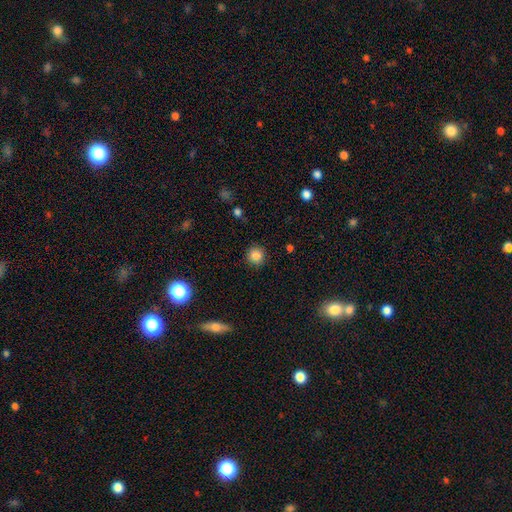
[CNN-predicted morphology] Smooth or featured? Predicted: smooth (p=0.84). How rounded? Predicted: round (p=0.93). Merging? Predicted: none (p=0.90).